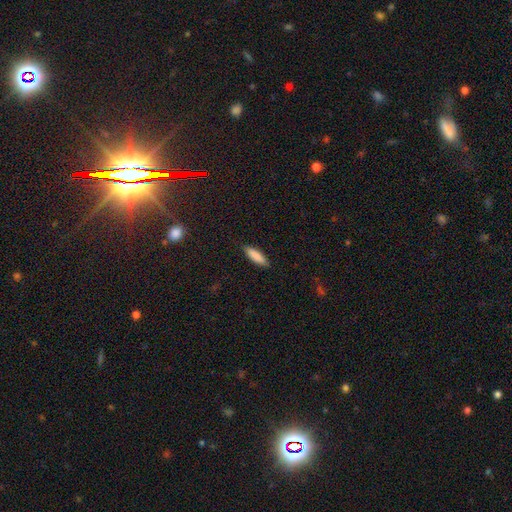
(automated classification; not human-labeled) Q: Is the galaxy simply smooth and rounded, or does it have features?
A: smooth — 86%.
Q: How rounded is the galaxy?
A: cigar-shaped — 59%.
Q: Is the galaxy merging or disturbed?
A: none — 88%.